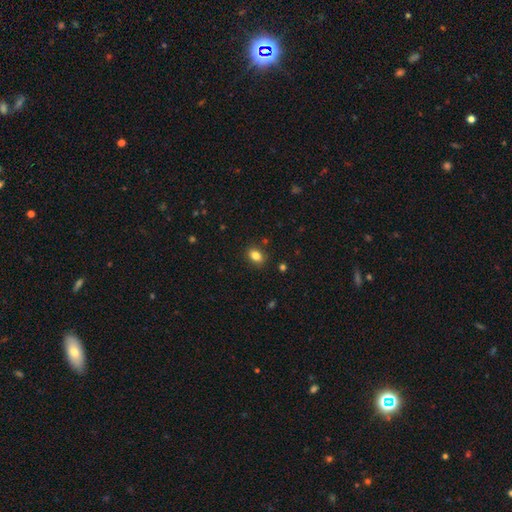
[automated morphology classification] type=smooth (84%); roundness=in between (71%); merging=none (86%).